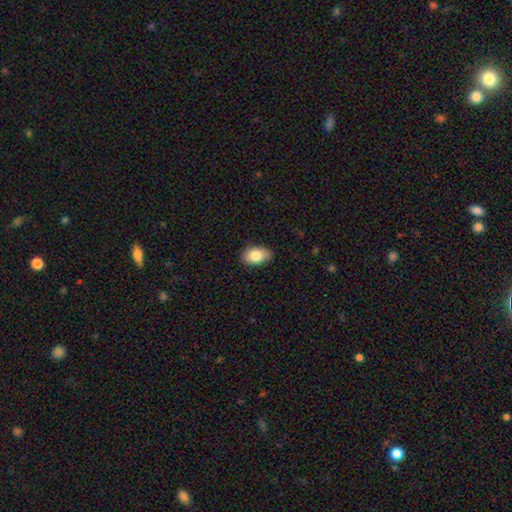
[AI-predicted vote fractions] Q: Smooth or featured?
A: smooth (84%); runner-up: featured or disk (9%)
Q: How rounded?
A: in between (90%); runner-up: round (9%)
Q: Merging?
A: none (84%); runner-up: minor disturbance (12%)